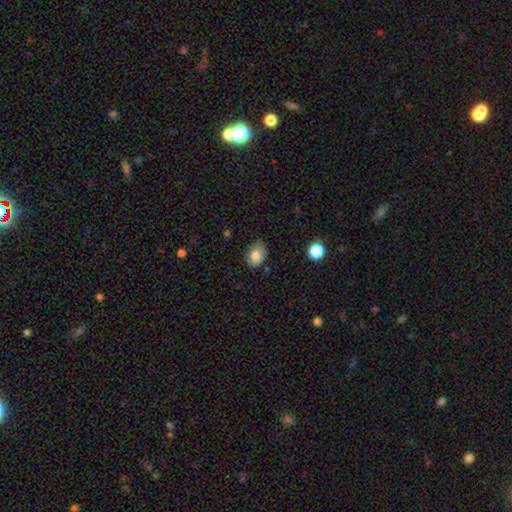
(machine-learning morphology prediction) Overall: smooth (76%). How rounded: in between (64%; round 35%). Merging: none (74%).